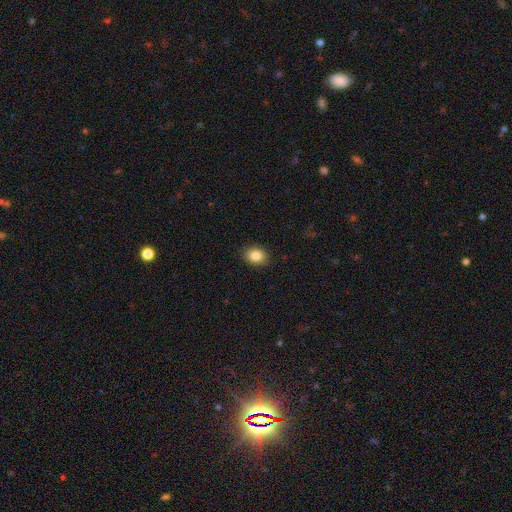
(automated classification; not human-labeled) Smooth or featured?
  - smooth: 86% *
  - star or artifact: 9%
  - featured or disk: 5%
How rounded?
  - in between: 62% *
  - round: 37%
  - cigar-shaped: 1%
Merging?
  - none: 89% *
  - minor disturbance: 8%
  - major disturbance: 2%
  - merger: 1%